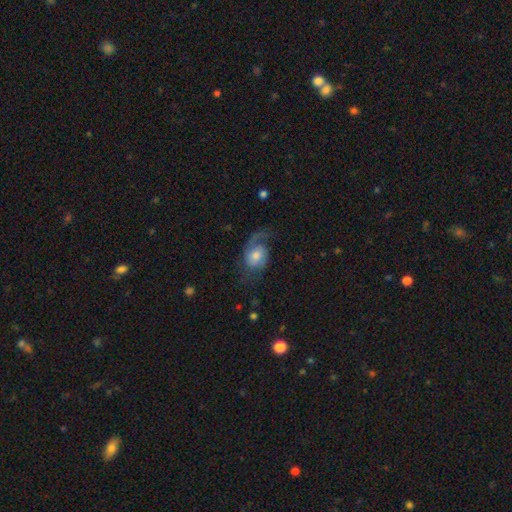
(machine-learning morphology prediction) The model was most divided on "spiral arm count": 1: 48%, 2: 43%, can't tell: 6%, 3: 1%, 4: 1%, more than 4: 1%. Remaining: edge-on disk — no (96%); spiral arms — yes (87%); bar — no (69%); smooth or featured — featured or disk (60%); bulge size — moderate (55%); spiral winding — loose (49%); merging — none (46%).